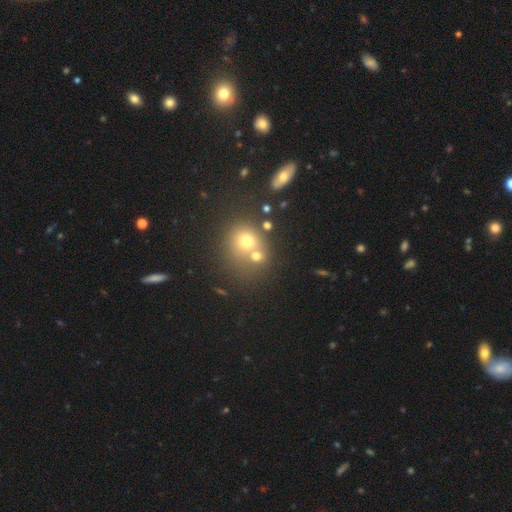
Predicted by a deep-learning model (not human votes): A smooth galaxy with no disk features (66%) that is round (79%).

Vote fractions:
- Smooth or featured? smooth: 66% / star or artifact: 19% / featured or disk: 15%
- How rounded? round: 79% / in between: 20% / cigar-shaped: 1%
- Merging? none: 46% / merger: 41% / minor disturbance: 9% / major disturbance: 5%